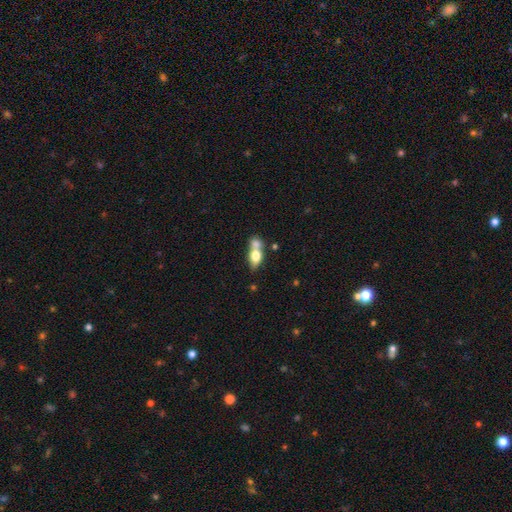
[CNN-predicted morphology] Q: Smooth or featured?
A: smooth (69%); runner-up: featured or disk (23%)
Q: How rounded?
A: in between (73%); runner-up: round (18%)
Q: Merging?
A: merger (57%); runner-up: none (27%)